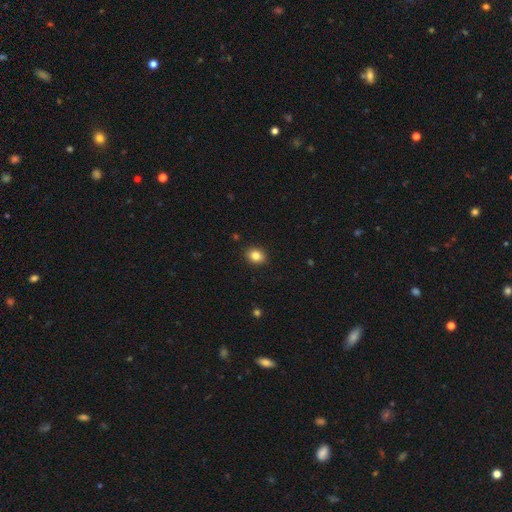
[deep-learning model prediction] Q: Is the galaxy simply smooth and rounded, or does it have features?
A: smooth — 84%.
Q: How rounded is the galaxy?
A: round — 53%.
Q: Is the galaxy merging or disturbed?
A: none — 90%.